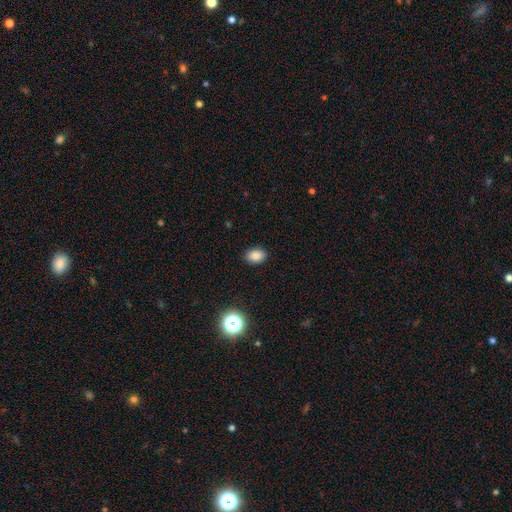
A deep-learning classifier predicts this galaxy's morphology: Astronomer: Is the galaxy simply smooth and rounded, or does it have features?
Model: smooth — 84%.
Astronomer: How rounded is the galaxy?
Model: in between — 79%.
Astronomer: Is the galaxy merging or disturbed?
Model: none — 89%.